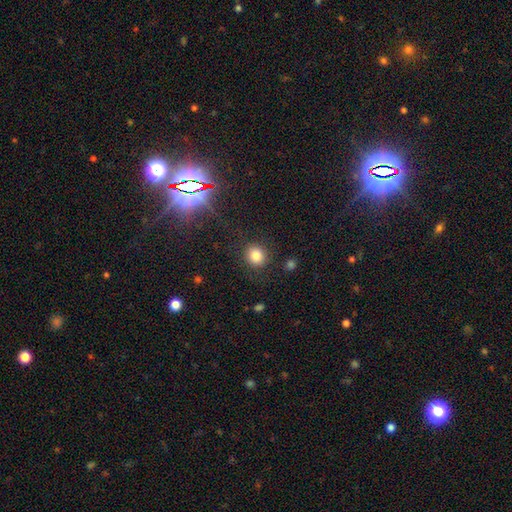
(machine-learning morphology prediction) A smooth galaxy with no disk features (81%) that is round (82%). Merging: none (86%).